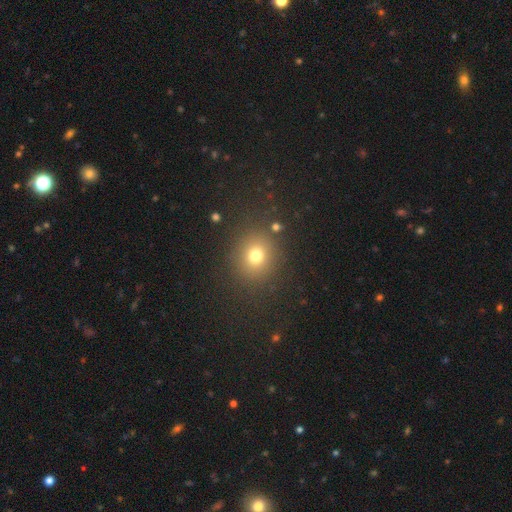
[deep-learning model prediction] Smooth or featured? Predicted: smooth (p=0.74). How rounded? Predicted: round (p=0.81). Merging? Predicted: none (p=0.85).